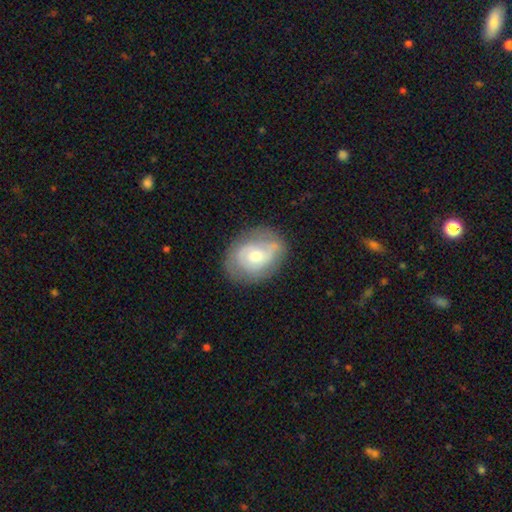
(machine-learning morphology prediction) Smooth or featured? Predicted: featured or disk (p=0.60). Edge-on disk? Predicted: no (p=0.96). Bar? Predicted: no (p=0.64). Spiral arms? Predicted: yes (p=0.77). Bulge size? Predicted: moderate (p=0.53). Merging? Predicted: none (p=0.73).